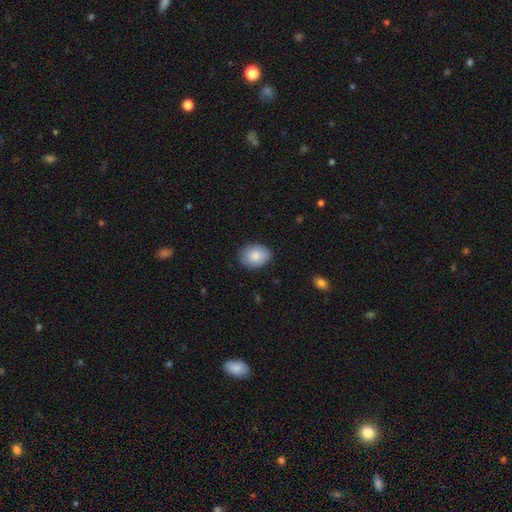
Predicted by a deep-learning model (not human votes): Smooth or featured? smooth (85%)
How rounded? in between (66%)
Merging? none (86%)